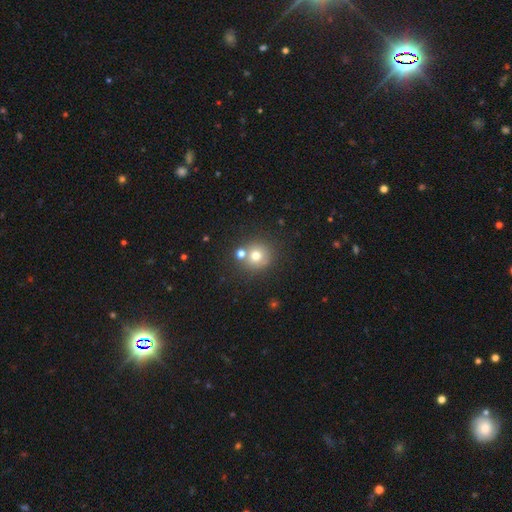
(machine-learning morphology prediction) smooth-or-featured: smooth: 71% | star or artifact: 14% | featured or disk: 14%
  how-rounded: round: 90% | in between: 9% | cigar-shaped: 1%
  merging: none: 66% | merger: 20% | minor disturbance: 10% | major disturbance: 4%